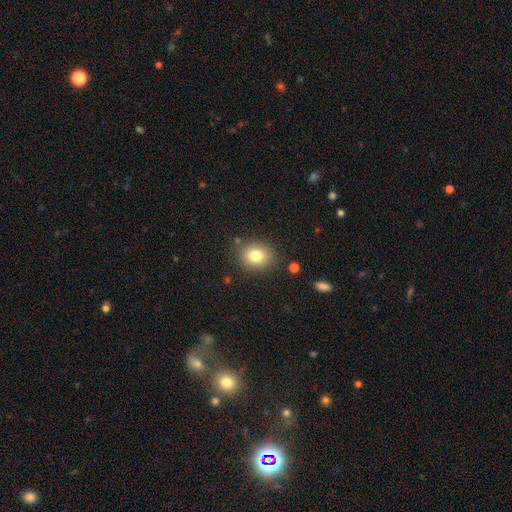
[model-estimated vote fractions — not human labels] Overall: smooth (80%). How rounded: round (66%; in between 33%). Merging: none (84%).